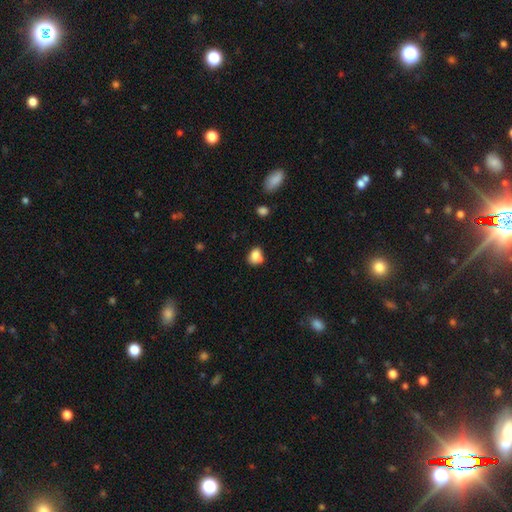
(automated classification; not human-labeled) smooth_or_featured: smooth (p=0.80) [alt: star or artifact p=0.10]
how_rounded: round (p=0.52) [alt: in between p=0.47]
merging: none (p=0.48) [alt: minor disturbance p=0.27]